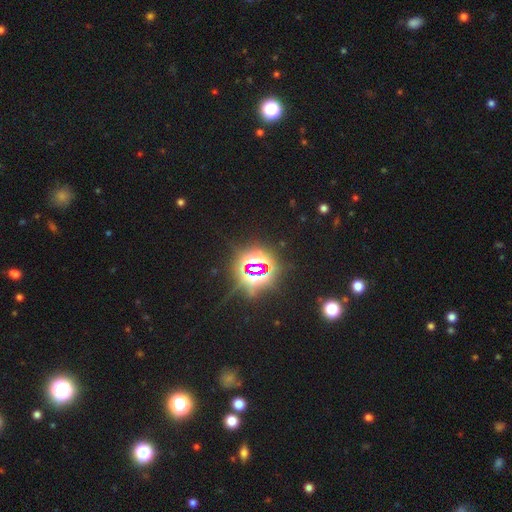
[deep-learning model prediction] smooth_or_featured: star or artifact (p=0.79) [alt: smooth p=0.13]